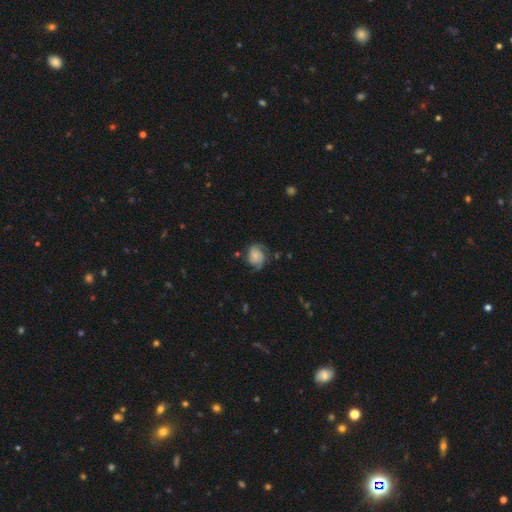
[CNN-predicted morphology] Smooth or featured? featured or disk (64%)
Edge-on disk? no (98%)
Bar? no (73%)
Spiral arms? yes (91%)
Spiral winding? tight (43%)
Spiral arm count? 2 (49%)
Bulge size? small (56%)
Merging? none (59%)